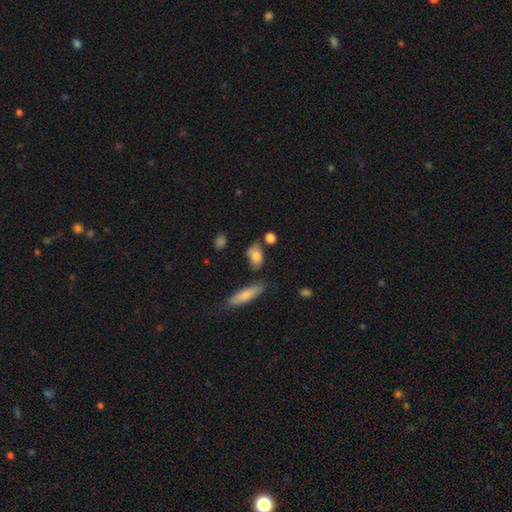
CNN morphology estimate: smooth 78%, featured or disk 14%, star or artifact 8%. Down the decision tree: how rounded — in between (82%); merging — none (64%).